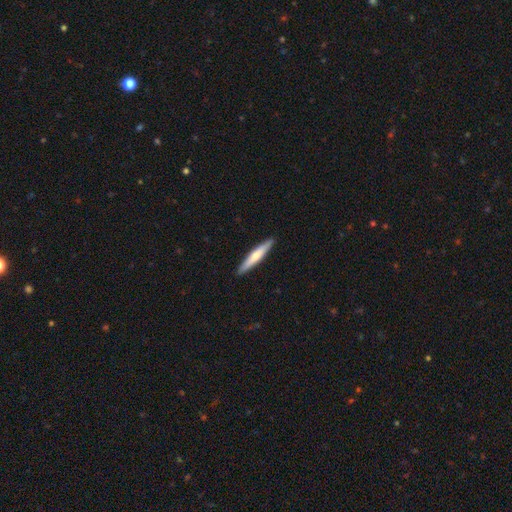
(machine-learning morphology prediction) smooth 56%, featured or disk 39%, star or artifact 5%. Down the decision tree: how rounded — cigar-shaped (92%); merging — none (91%).